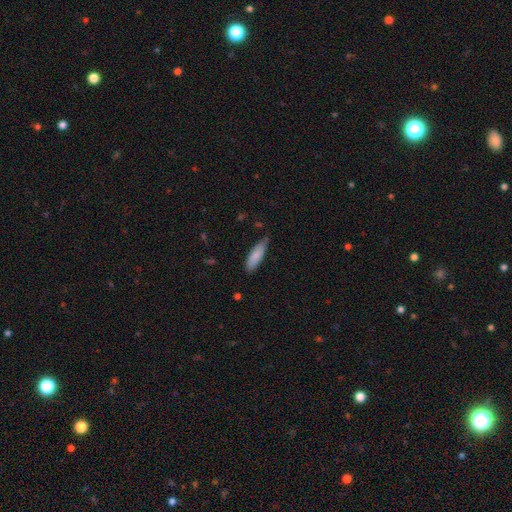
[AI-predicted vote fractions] Smooth or featured: smooth — 85% (featured or disk — 9%)
How rounded: cigar-shaped — 50% (in between — 49%)
Merging: none — 70% (minor disturbance — 25%)